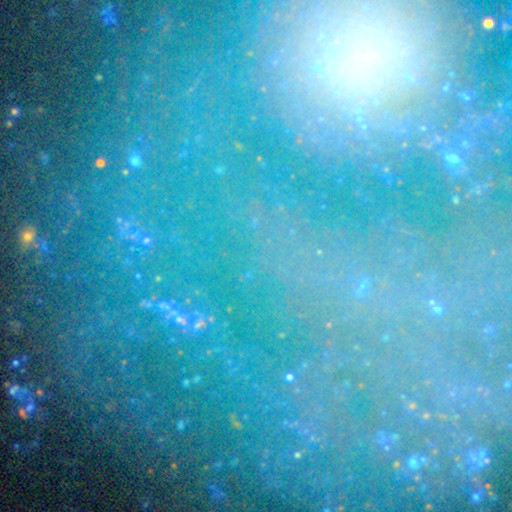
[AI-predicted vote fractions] This appears to be a star or artifact, not a galaxy (75%).